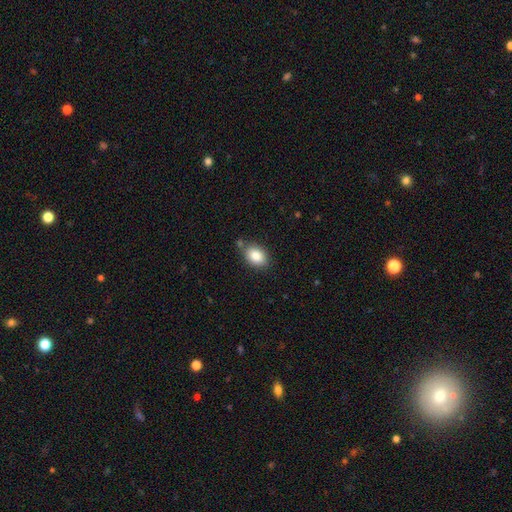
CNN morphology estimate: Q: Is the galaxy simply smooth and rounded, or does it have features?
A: smooth — 84%.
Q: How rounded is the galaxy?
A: in between — 82%.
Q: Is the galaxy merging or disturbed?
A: none — 73%.